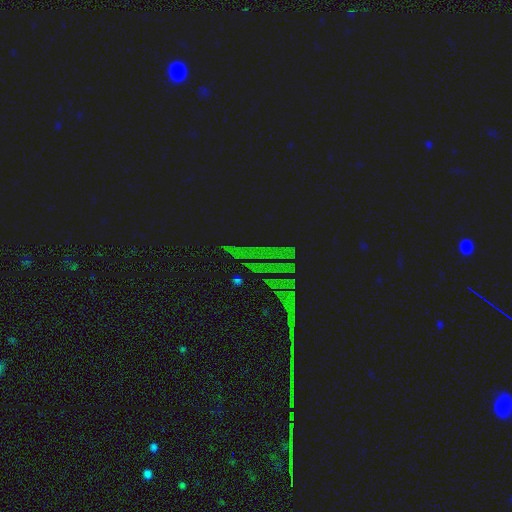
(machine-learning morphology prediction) Smooth or featured? star or artifact (81%)